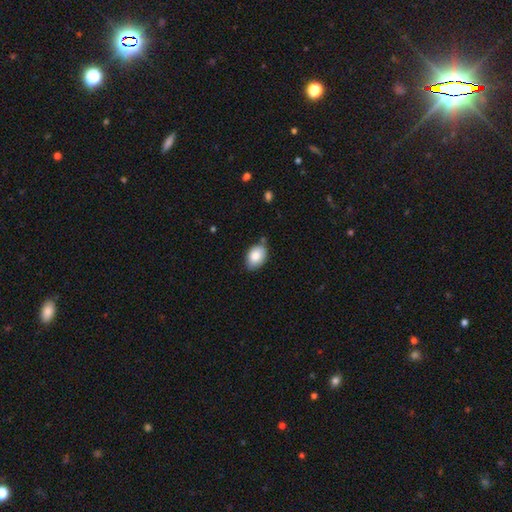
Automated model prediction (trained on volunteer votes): This appears to be a smooth galaxy with no disk features (85%) that is in between round and cigar-shaped (83%). Merging: none (73%).